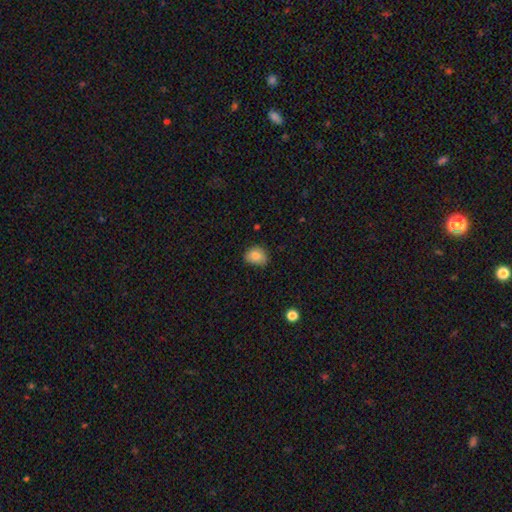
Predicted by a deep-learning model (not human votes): Overall: smooth (82%). How rounded: round (56%; in between 44%). Merging: none (70%).